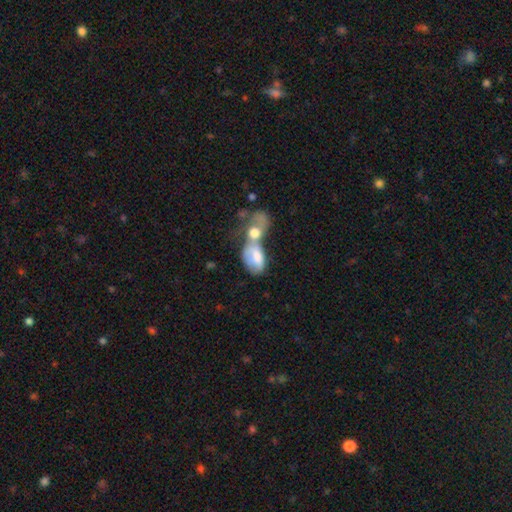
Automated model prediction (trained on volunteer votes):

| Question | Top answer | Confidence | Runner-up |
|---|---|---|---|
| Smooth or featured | smooth | 63% | featured or disk (30%) |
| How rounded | in between | 88% | round (9%) |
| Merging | merger | 73% | major disturbance (12%) |